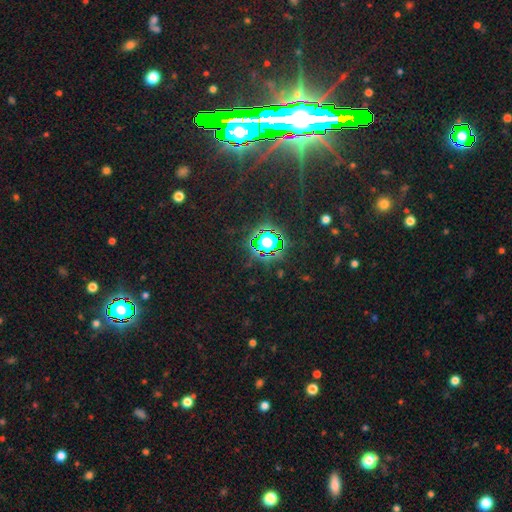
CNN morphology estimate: Q: Smooth or featured?
A: star or artifact (84%); runner-up: featured or disk (8%)